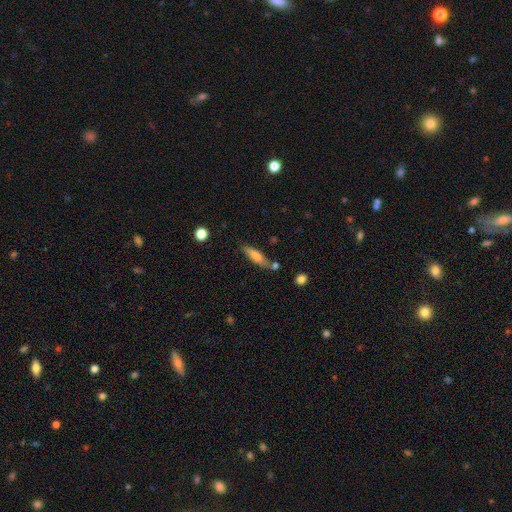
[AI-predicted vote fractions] smooth 65%, featured or disk 28%, star or artifact 7%. Down the decision tree: how rounded — cigar-shaped (67%); merging — none (69%).